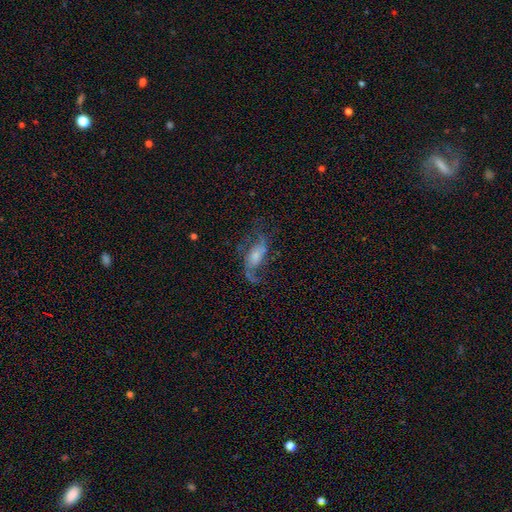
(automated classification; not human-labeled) Smooth or featured? featured or disk (72%)
Edge-on disk? no (92%)
Bar? no (51%)
Spiral arms? yes (88%)
Spiral winding? loose (60%)
Spiral arm count? 2 (73%)
Bulge size? small (41%)
Merging? none (53%)